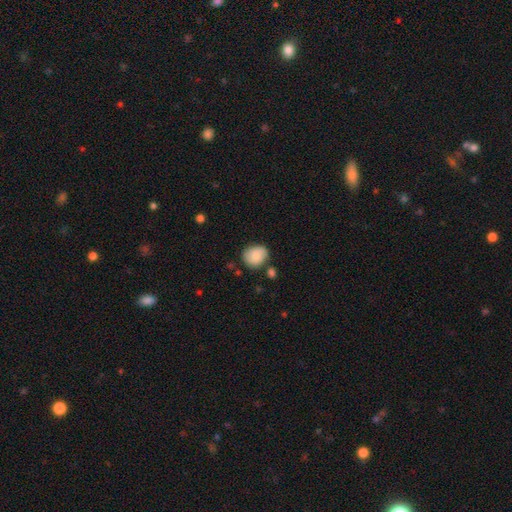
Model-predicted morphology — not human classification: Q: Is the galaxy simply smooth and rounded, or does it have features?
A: smooth — 81%.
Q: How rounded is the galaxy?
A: round — 62%.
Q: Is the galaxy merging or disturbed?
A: none — 69%.